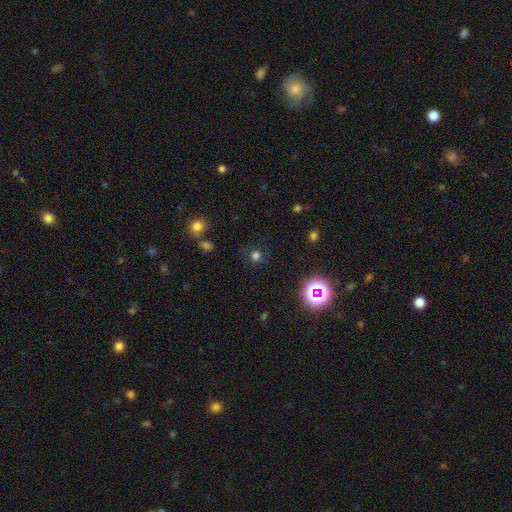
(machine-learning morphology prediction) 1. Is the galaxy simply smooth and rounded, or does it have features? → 69% smooth, 26% star or artifact, 5% featured or disk.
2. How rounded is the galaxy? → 90% round, 8% in between, 1% cigar-shaped.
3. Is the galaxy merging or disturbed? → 84% none, 9% minor disturbance, 4% major disturbance, 3% merger.